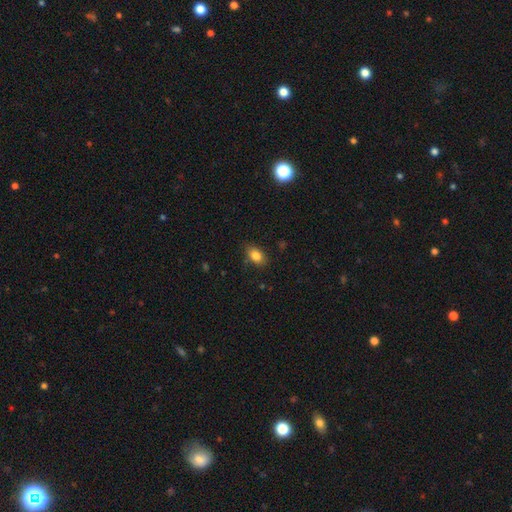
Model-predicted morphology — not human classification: The model was most divided on "merging": none: 79%, minor disturbance: 16%, major disturbance: 3%, merger: 1%. More confident: smooth or featured — smooth (84%); how rounded — in between (82%).